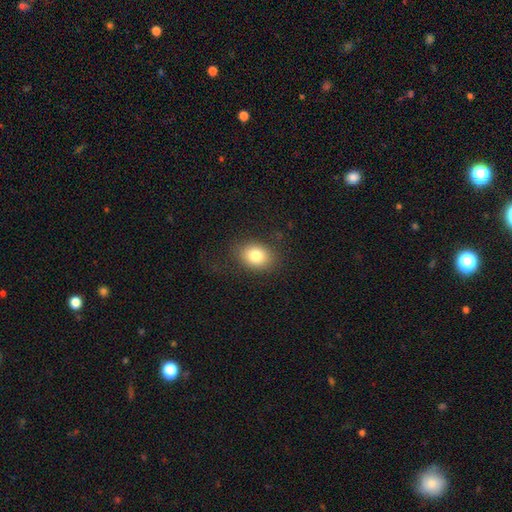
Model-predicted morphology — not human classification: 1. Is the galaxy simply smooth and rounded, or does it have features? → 81% smooth, 10% star or artifact, 9% featured or disk.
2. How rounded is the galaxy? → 58% in between, 41% round, 1% cigar-shaped.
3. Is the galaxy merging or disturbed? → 81% none, 12% minor disturbance, 6% major disturbance, 1% merger.